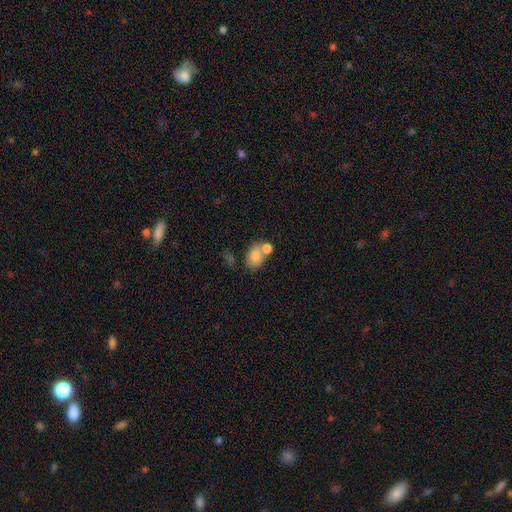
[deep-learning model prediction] A smooth galaxy with no disk features (79%) that is in between round and cigar-shaped (73%). Merging: merger (42%).